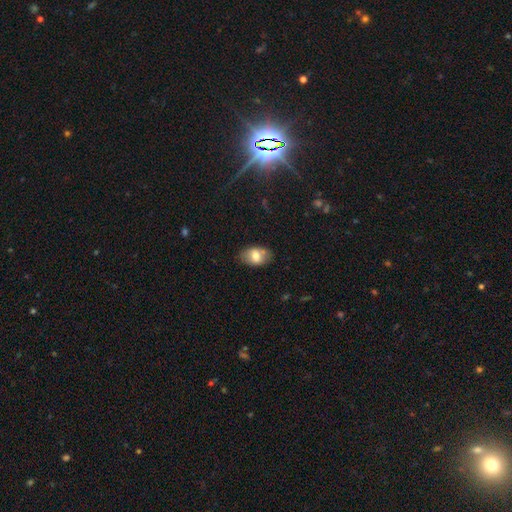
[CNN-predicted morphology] smooth 72%, featured or disk 20%, star or artifact 7%. Down the decision tree: how rounded — in between (89%); merging — none (76%).